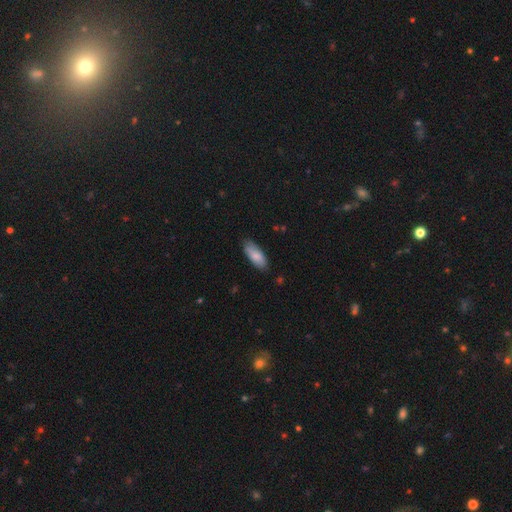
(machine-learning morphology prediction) type=smooth (82%); roundness=in between (80%); merging=none (76%).